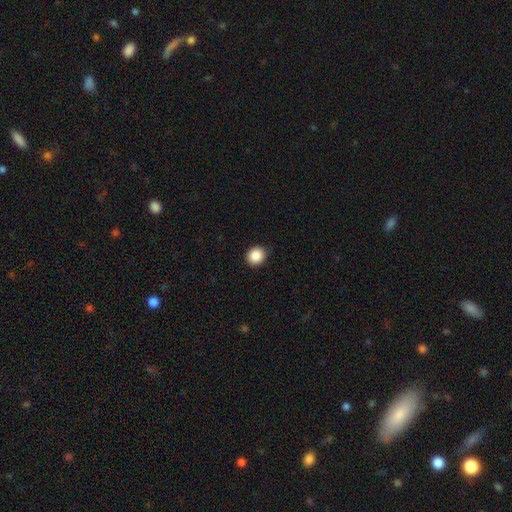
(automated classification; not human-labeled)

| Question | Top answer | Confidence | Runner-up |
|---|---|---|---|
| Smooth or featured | smooth | 88% | star or artifact (9%) |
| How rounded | round | 84% | in between (15%) |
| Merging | none | 90% | minor disturbance (7%) |